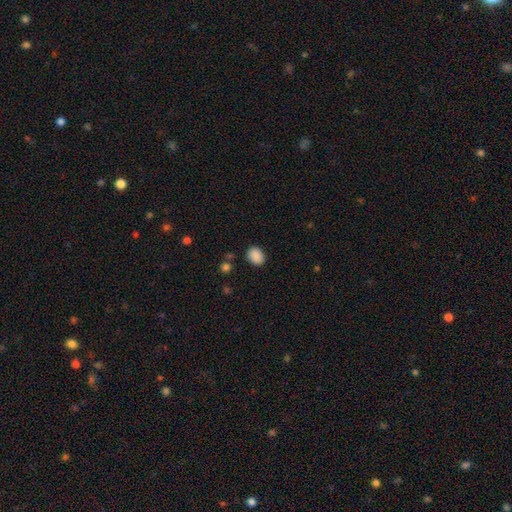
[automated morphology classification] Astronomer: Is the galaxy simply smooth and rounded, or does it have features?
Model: smooth — 89%.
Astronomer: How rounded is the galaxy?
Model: in between — 63%.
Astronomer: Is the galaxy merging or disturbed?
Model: none — 83%.